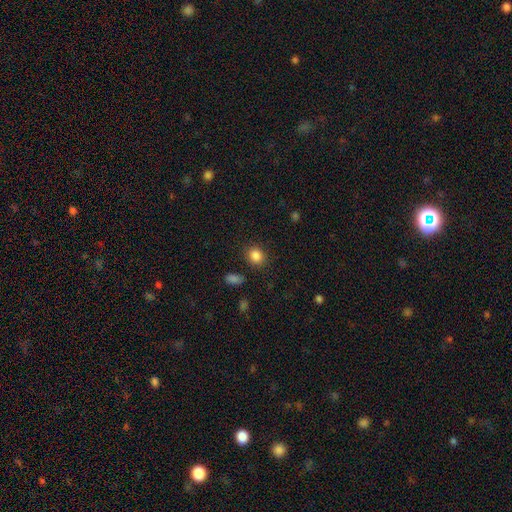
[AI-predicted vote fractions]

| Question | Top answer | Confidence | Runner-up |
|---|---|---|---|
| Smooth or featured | smooth | 86% | star or artifact (10%) |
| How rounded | round | 65% | in between (34%) |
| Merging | none | 83% | minor disturbance (11%) |